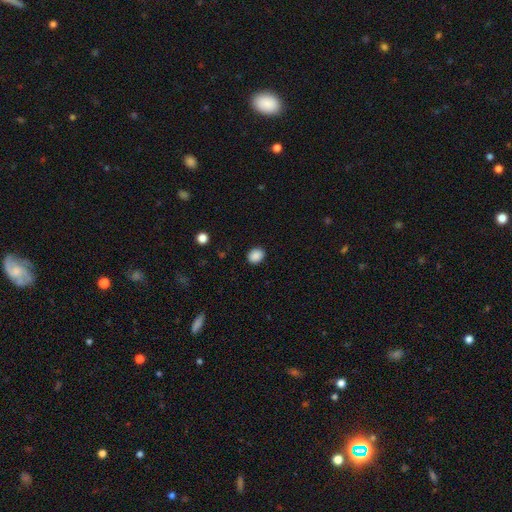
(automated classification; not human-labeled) This is clearly a smooth galaxy (88%). How rounded: possibly round (59%). Merging: clearly none (89%).